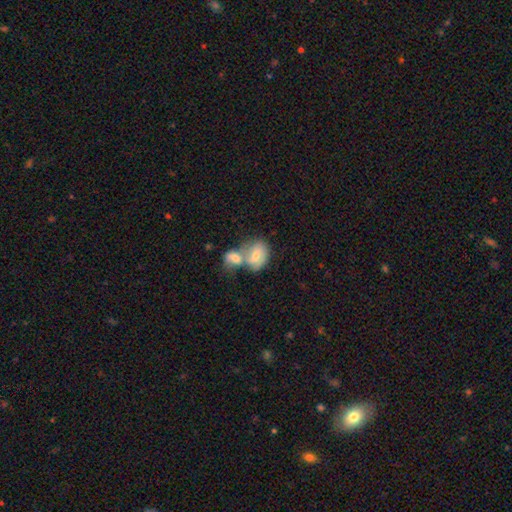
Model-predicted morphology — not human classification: smooth 60%, featured or disk 31%, star or artifact 8%. Down the decision tree: how rounded — in between (75%); merging — merger (70%).